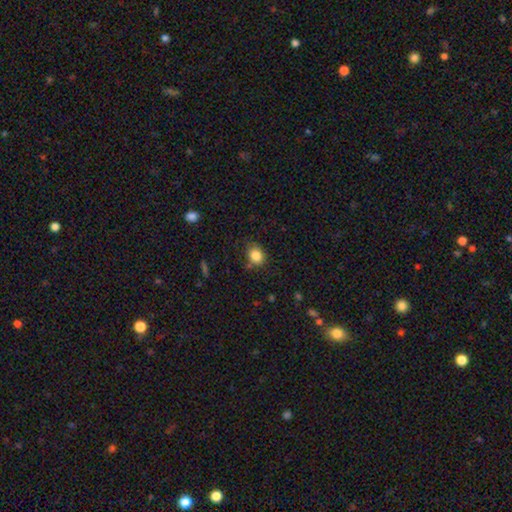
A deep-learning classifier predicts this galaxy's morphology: Smooth or featured? Predicted: smooth (p=0.85). How rounded? Predicted: round (p=0.57). Merging? Predicted: none (p=0.76).